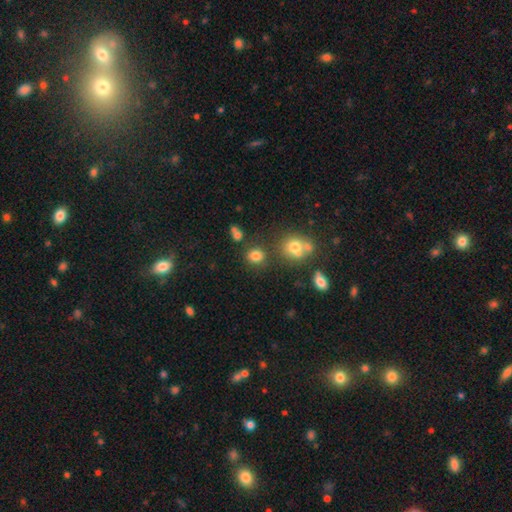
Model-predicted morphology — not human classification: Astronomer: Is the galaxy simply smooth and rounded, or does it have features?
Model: smooth — 79%.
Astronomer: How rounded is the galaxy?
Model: round — 79%.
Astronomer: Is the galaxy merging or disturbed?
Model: none — 76%.